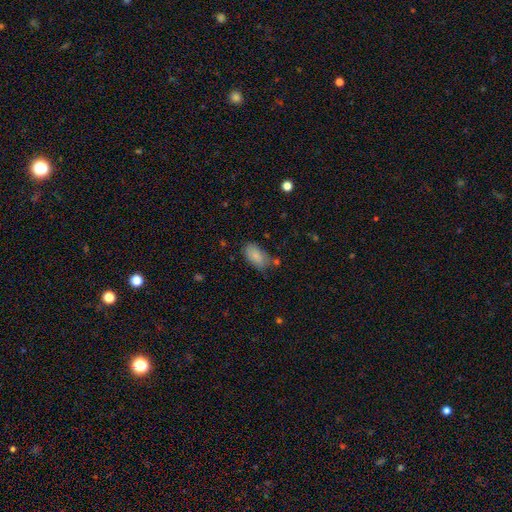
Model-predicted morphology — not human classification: Q: Smooth or featured?
A: smooth (85%); runner-up: featured or disk (7%)
Q: How rounded?
A: in between (93%); runner-up: round (4%)
Q: Merging?
A: none (69%); runner-up: minor disturbance (20%)